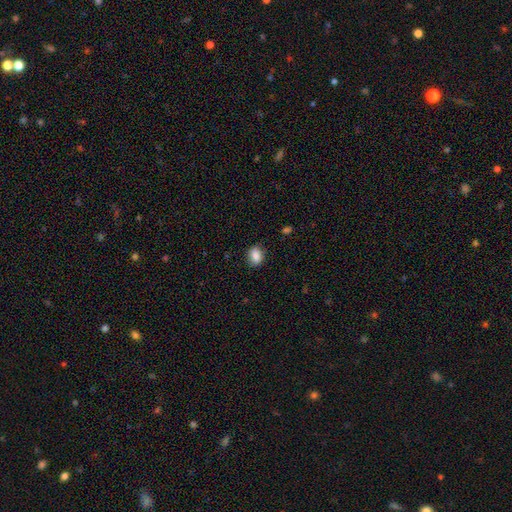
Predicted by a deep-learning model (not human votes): Overall: smooth (86%). How rounded: in between (63%; round 36%). Merging: none (83%).